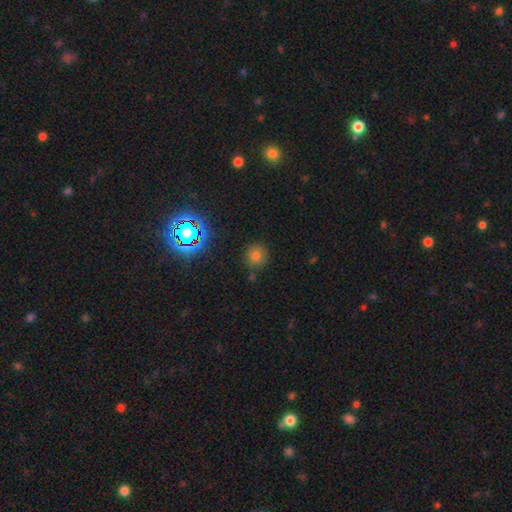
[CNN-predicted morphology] Smooth or featured? Predicted: smooth (p=0.71). How rounded? Predicted: round (p=0.88). Merging? Predicted: none (p=0.81).